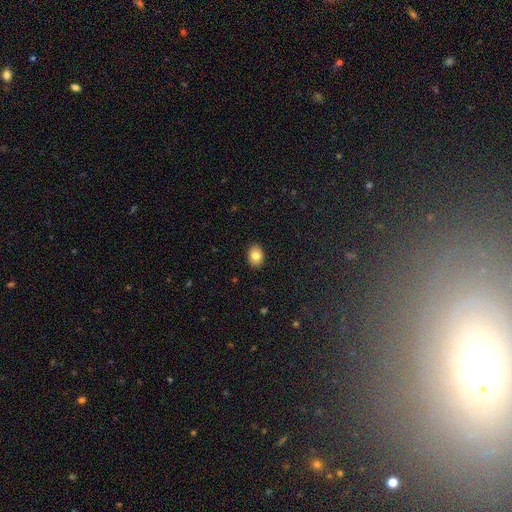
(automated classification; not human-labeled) A smooth galaxy with no disk features (83%) that is in between round and cigar-shaped (73%).

Vote fractions:
- Smooth or featured? smooth: 83% / star or artifact: 9% / featured or disk: 8%
- How rounded? in between: 73% / round: 26% / cigar-shaped: 1%
- Merging? none: 90% / minor disturbance: 8% / major disturbance: 2% / merger: 1%